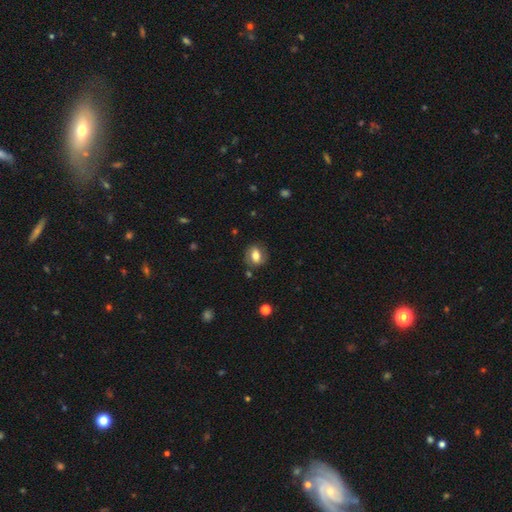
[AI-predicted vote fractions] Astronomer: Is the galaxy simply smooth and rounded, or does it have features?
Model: smooth — 63%.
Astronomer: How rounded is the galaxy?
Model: in between — 56% (runner-up: round, 42%).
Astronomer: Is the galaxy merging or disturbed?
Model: none — 77%.